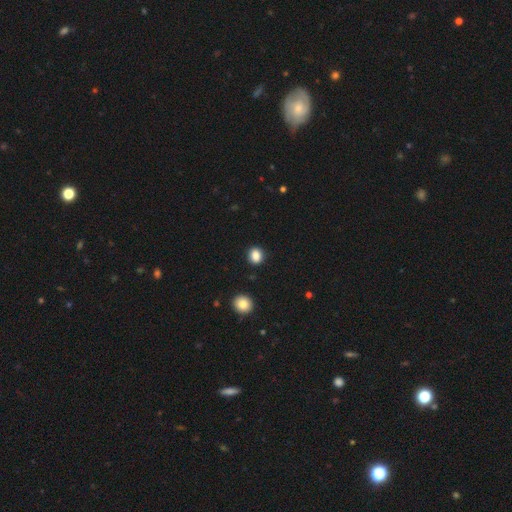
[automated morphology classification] smooth_or_featured: smooth (p=0.86) [alt: star or artifact p=0.10]
how_rounded: round (p=0.64) [alt: in between p=0.35]
merging: none (p=0.89) [alt: minor disturbance p=0.07]